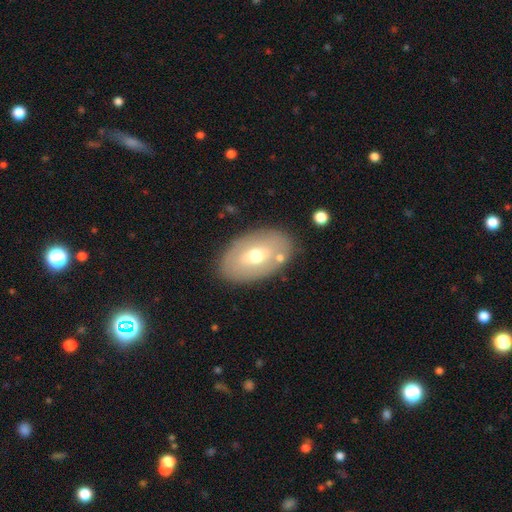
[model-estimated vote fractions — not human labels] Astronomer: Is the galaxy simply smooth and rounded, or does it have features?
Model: smooth — 54% (runner-up: featured or disk, 39%).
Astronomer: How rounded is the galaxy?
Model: in between — 90%.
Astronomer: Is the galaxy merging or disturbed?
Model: none — 80%.